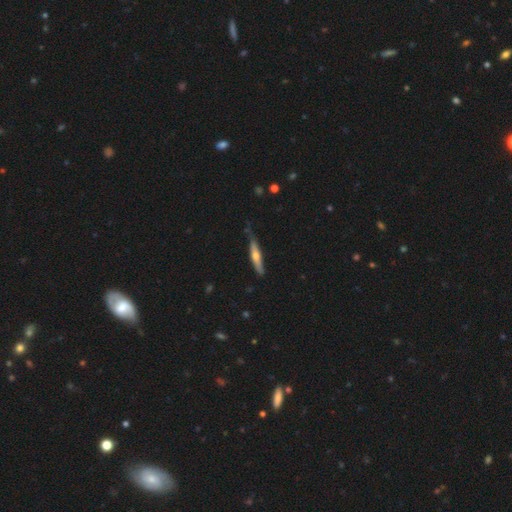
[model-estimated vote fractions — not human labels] smooth-or-featured: featured or disk: 50% | smooth: 44% | star or artifact: 5%
  disk-edge-on: yes: 92% | no: 8%
  merging: none: 67% | minor disturbance: 26% | major disturbance: 5% | merger: 3%